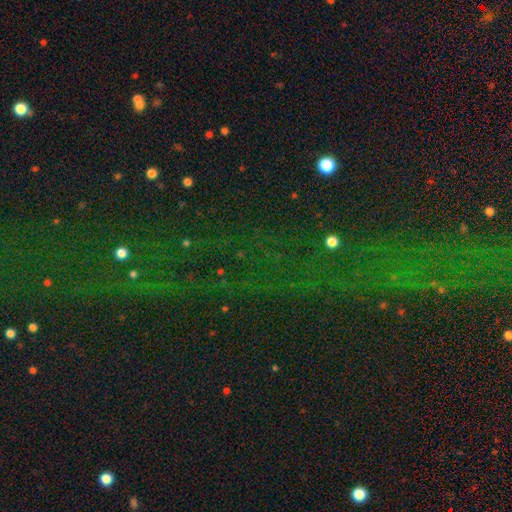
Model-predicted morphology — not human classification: This appears to be a star or artifact, not a galaxy (77%).